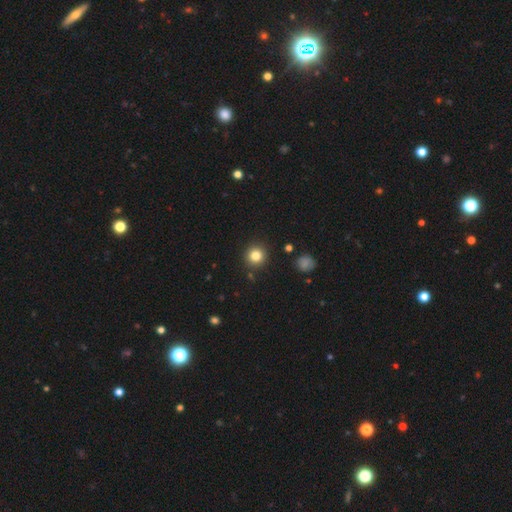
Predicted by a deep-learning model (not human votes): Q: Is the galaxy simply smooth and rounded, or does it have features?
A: smooth — 82%.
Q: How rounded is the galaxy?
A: round — 94%.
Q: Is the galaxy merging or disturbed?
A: none — 90%.